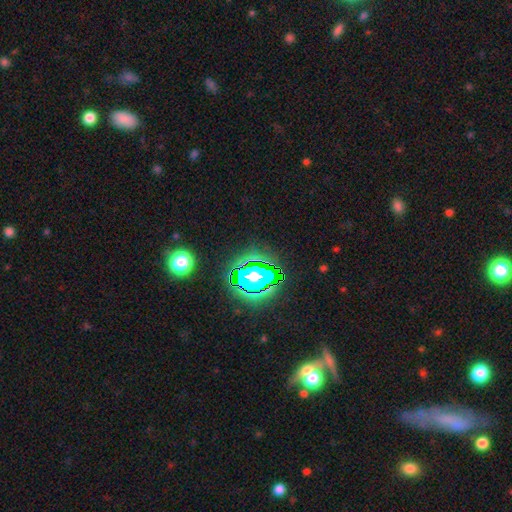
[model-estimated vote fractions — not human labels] Q: Smooth or featured?
A: star or artifact (77%); runner-up: smooth (14%)